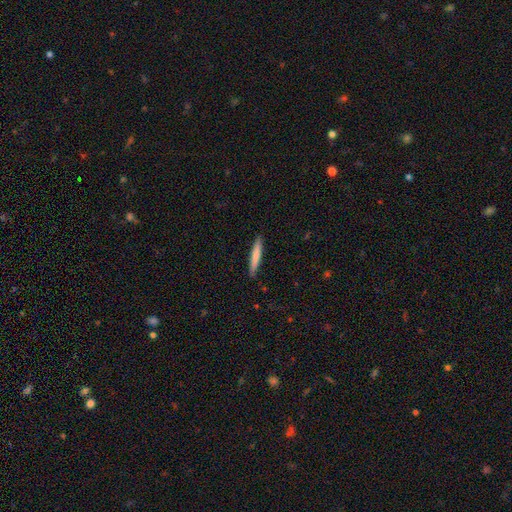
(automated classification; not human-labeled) The model was most divided on "smooth or featured": smooth: 74%, featured or disk: 20%, star or artifact: 5%. More confident: how rounded — cigar-shaped (95%); merging — none (90%).